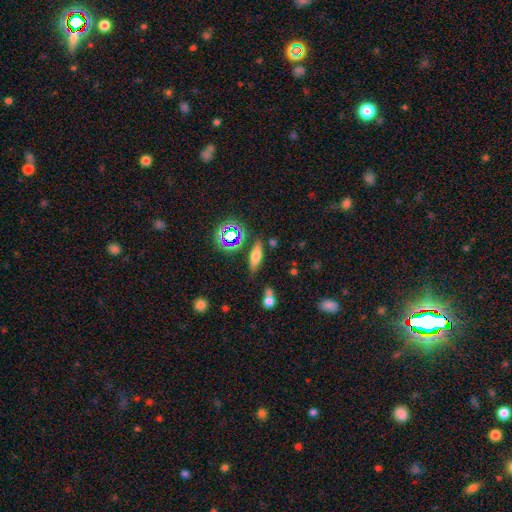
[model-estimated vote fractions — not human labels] This is likely a smooth galaxy (61%). How rounded: possibly in between (48%). Merging: likely none (75%).